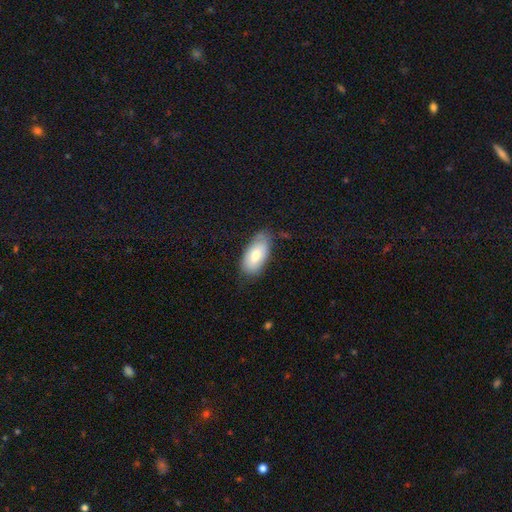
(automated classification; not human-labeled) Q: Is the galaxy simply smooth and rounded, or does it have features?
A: smooth — 74%.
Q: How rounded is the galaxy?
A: in between — 93%.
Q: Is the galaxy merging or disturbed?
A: none — 69%.